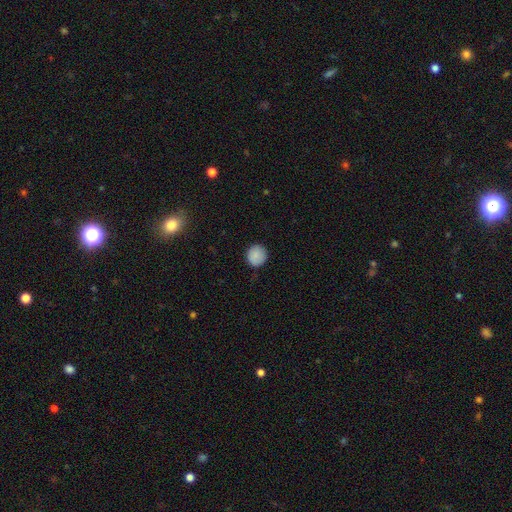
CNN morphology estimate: type=smooth (88%); roundness=round (89%); merging=none (87%).